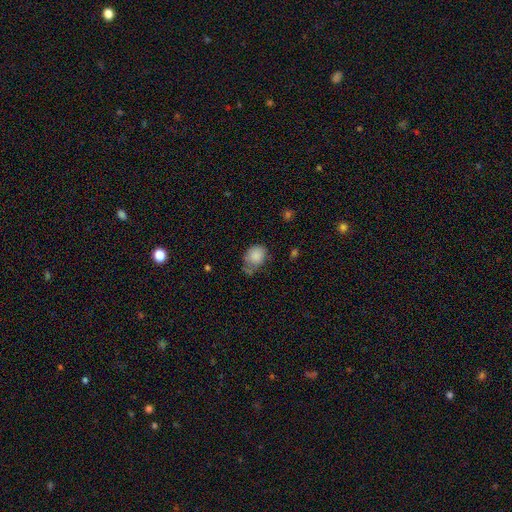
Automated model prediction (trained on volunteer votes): Morphology: type=smooth (84%); roundness=in between (50%); merging=none (42%).